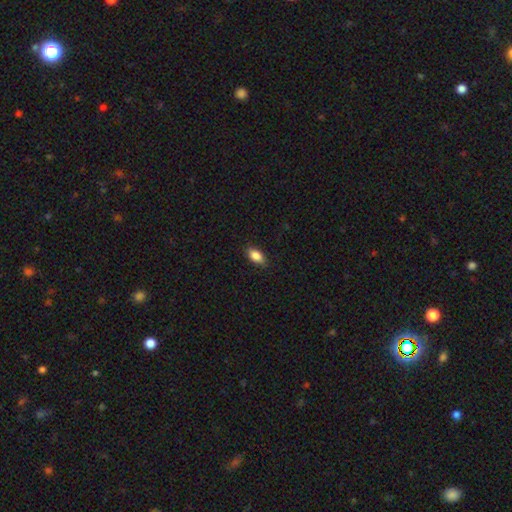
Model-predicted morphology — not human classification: Smooth or featured: smooth — 87% (star or artifact — 8%)
How rounded: in between — 89% (round — 6%)
Merging: none — 86% (minor disturbance — 11%)